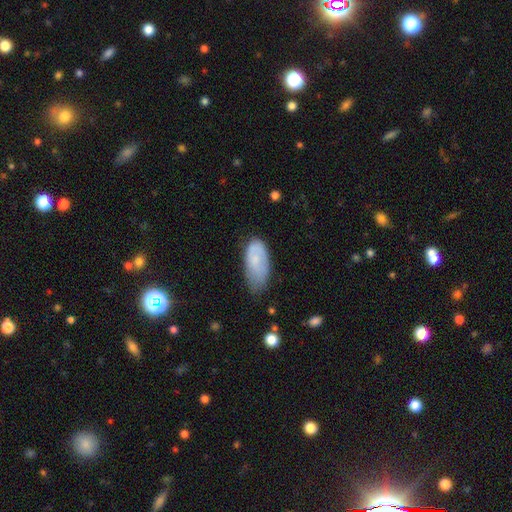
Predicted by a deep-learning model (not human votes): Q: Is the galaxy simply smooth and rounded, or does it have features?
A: smooth — 70%.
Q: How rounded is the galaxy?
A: in between — 91%.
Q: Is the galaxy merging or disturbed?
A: minor disturbance — 42%.